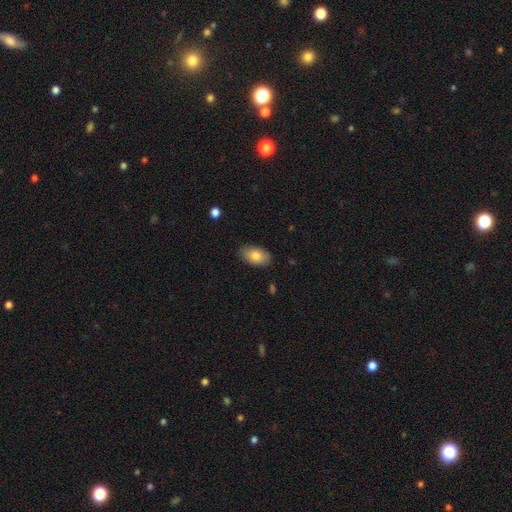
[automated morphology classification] Smooth or featured? smooth (81%)
How rounded? in between (93%)
Merging? none (87%)